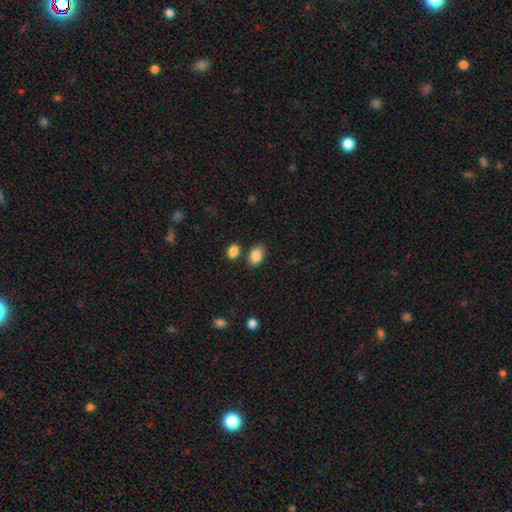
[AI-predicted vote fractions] Q: Smooth or featured?
A: smooth (87%); runner-up: star or artifact (8%)
Q: How rounded?
A: in between (84%); runner-up: round (14%)
Q: Merging?
A: none (73%); runner-up: minor disturbance (13%)